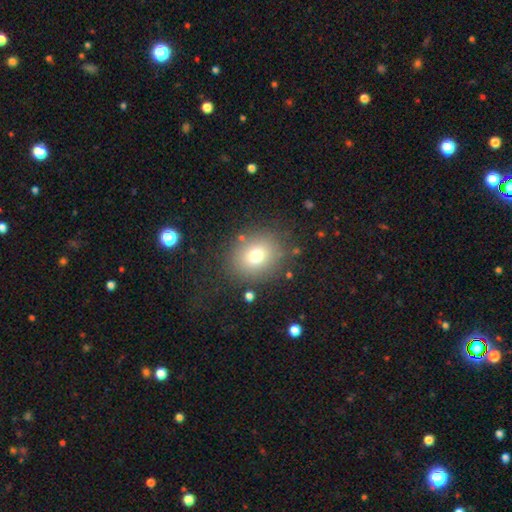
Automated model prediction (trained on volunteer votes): The model was most divided on "how rounded": round: 70%, in between: 29%, cigar-shaped: 1%. More confident: merging — none (83%); smooth or featured — smooth (73%).